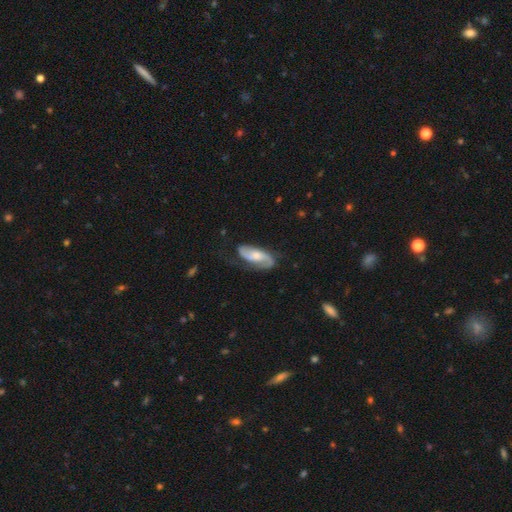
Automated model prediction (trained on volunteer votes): The model was most divided on "spiral winding": medium: 43%, loose: 37%, tight: 19%. More confident: spiral arms — yes (95%); edge-on disk — no (93%); spiral arm count — 2 (86%); smooth or featured — featured or disk (76%); merging — none (68%); bar — no (53%); bulge size — moderate (51%).